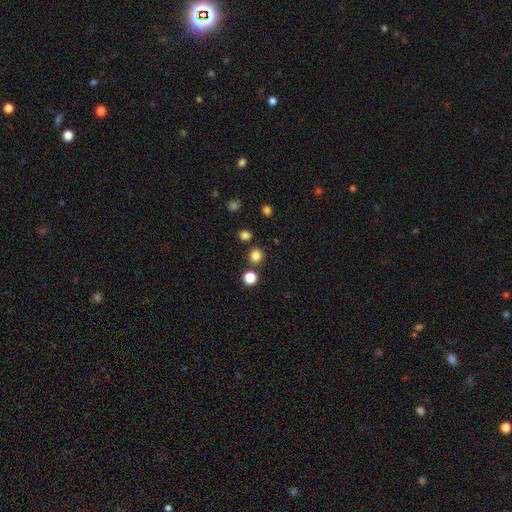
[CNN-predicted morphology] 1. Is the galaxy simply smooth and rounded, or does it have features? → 82% smooth, 14% star or artifact, 4% featured or disk.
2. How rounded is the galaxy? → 91% round, 8% in between, 1% cigar-shaped.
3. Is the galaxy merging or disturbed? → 84% none, 8% merger, 6% minor disturbance, 2% major disturbance.